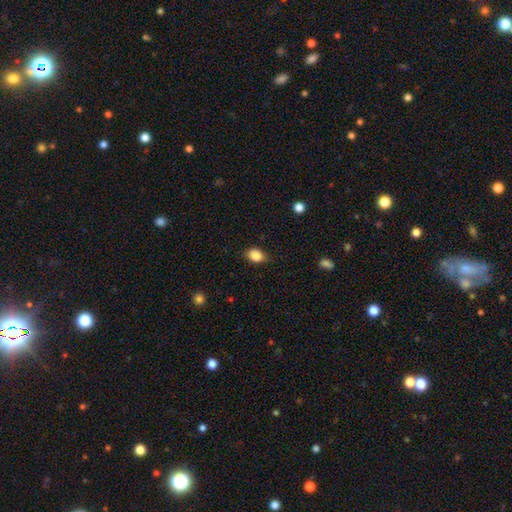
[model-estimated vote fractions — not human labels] Smooth or featured?
  - smooth: 87% *
  - star or artifact: 9%
  - featured or disk: 4%
How rounded?
  - in between: 74% *
  - round: 25%
  - cigar-shaped: 1%
Merging?
  - none: 77% *
  - minor disturbance: 18%
  - major disturbance: 3%
  - merger: 1%